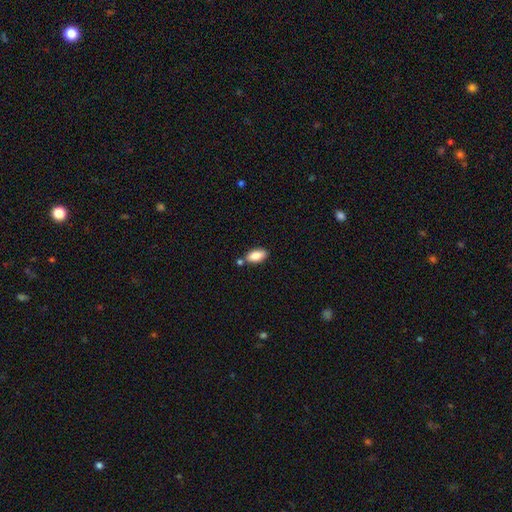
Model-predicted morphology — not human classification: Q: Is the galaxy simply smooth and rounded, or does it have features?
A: smooth — 84%.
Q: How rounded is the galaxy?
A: in between — 91%.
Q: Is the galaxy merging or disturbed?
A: none — 74%.